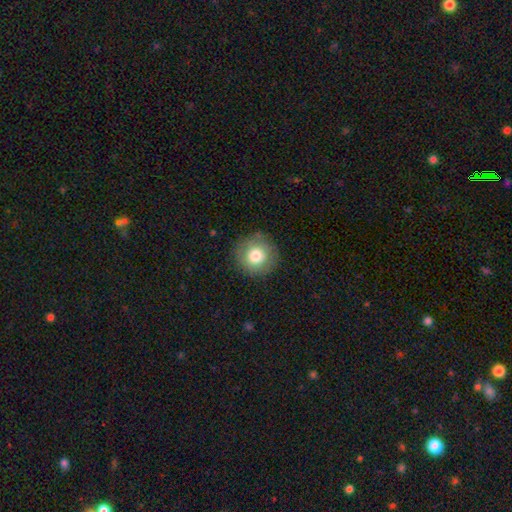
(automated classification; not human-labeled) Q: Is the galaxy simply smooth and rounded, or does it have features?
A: smooth — 77%.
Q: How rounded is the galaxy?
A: round — 95%.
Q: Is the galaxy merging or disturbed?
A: none — 88%.